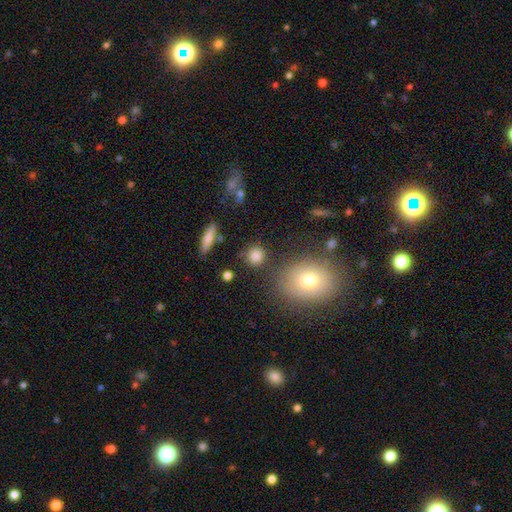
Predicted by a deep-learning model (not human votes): This appears to be a smooth galaxy with no disk features (83%) that is round (87%). Merging: none (82%).